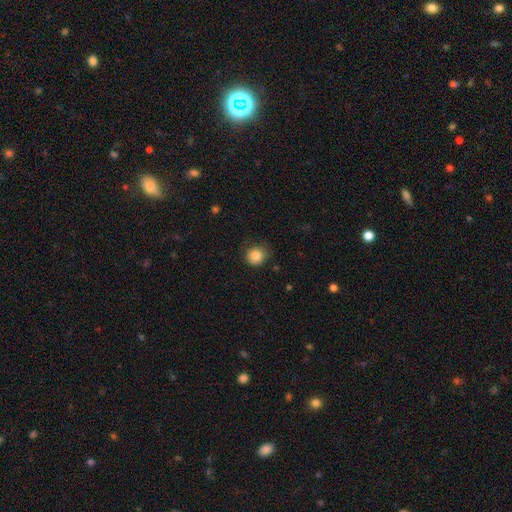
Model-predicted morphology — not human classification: Smooth or featured? smooth (86%)
How rounded? round (85%)
Merging? none (72%)